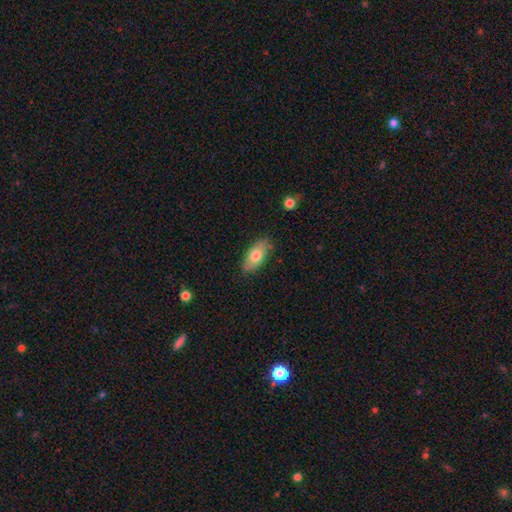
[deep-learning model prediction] Q: Smooth or featured?
A: smooth (72%); runner-up: featured or disk (22%)
Q: How rounded?
A: in between (88%); runner-up: cigar-shaped (8%)
Q: Merging?
A: none (81%); runner-up: minor disturbance (15%)